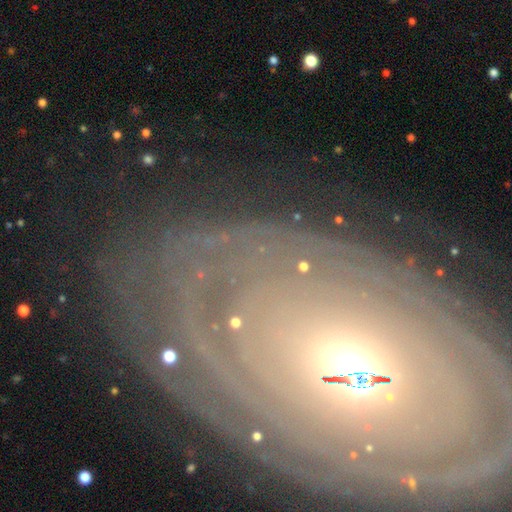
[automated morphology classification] Smooth or featured?
  - featured or disk: 71% *
  - smooth: 16%
  - star or artifact: 14%
Edge-on disk?
  - no: 91% *
  - yes: 9%
Bar?
  - no: 70% *
  - weak: 19%
  - strong: 11%
Spiral arms?
  - yes: 71% *
  - no: 29%
Bulge size?
  - moderate: 55% *
  - small: 26%
  - large: 13%
  - dominant: 3%
  - none: 2%
Merging?
  - none: 76% *
  - minor disturbance: 13%
  - major disturbance: 8%
  - merger: 3%